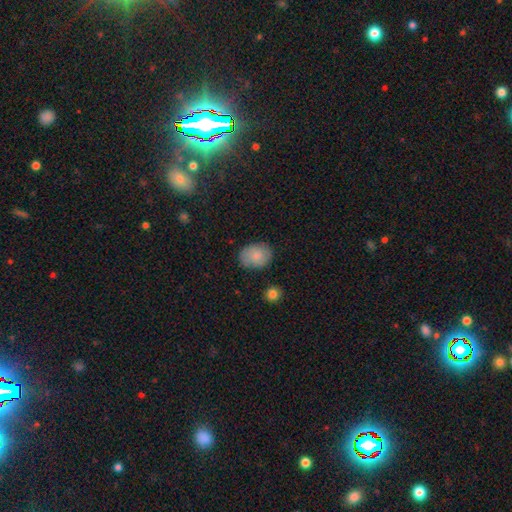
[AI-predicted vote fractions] Smooth or featured? smooth (83%)
How rounded? in between (62%)
Merging? none (79%)